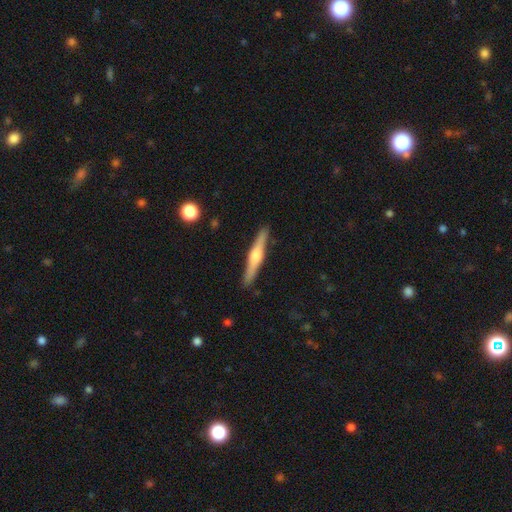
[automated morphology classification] Q: Smooth or featured?
A: featured or disk (67%); runner-up: smooth (27%)
Q: Edge-on disk?
A: yes (98%); runner-up: no (2%)
Q: Edge-on bulge?
A: rounded (91%); runner-up: boxy (5%)
Q: Merging?
A: none (91%); runner-up: minor disturbance (7%)